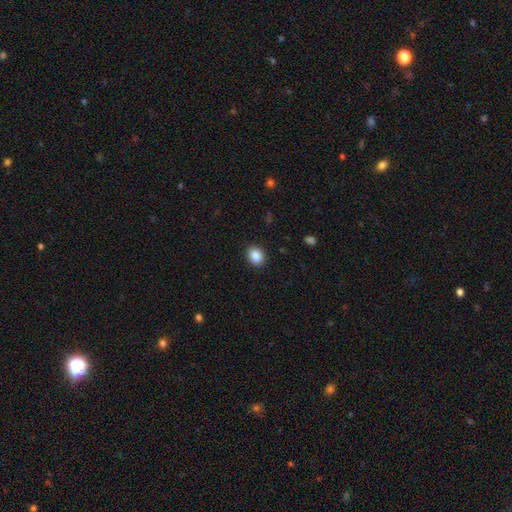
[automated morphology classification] Overall: smooth (88%). How rounded: in between (52%; round 47%). Merging: none (90%).